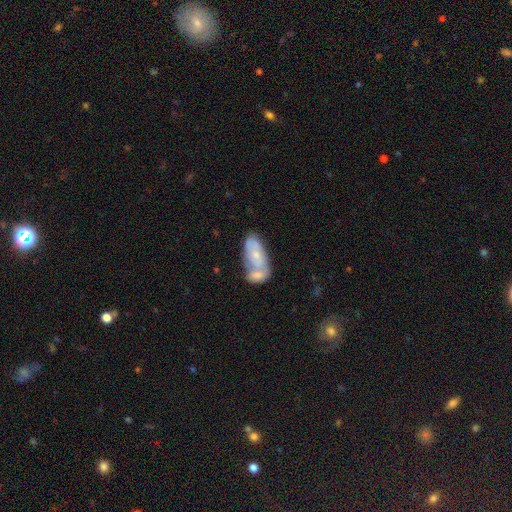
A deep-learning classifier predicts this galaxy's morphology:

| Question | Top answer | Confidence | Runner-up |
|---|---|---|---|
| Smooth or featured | smooth | 47% | featured or disk (46%) |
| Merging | merger | 63% | none (21%) |